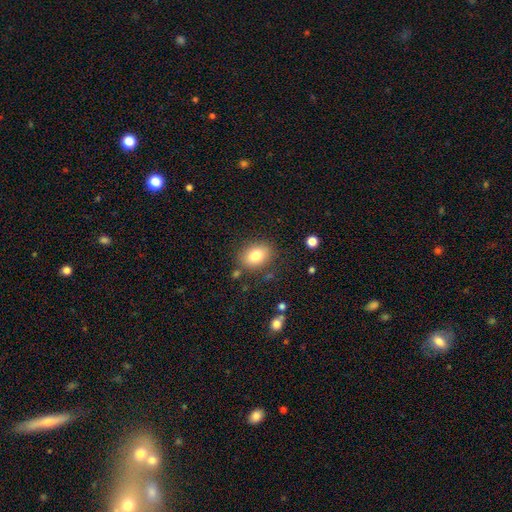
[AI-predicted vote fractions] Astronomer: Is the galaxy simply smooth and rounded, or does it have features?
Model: smooth — 80%.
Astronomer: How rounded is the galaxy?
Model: in between — 66%.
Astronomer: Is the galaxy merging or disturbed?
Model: none — 82%.